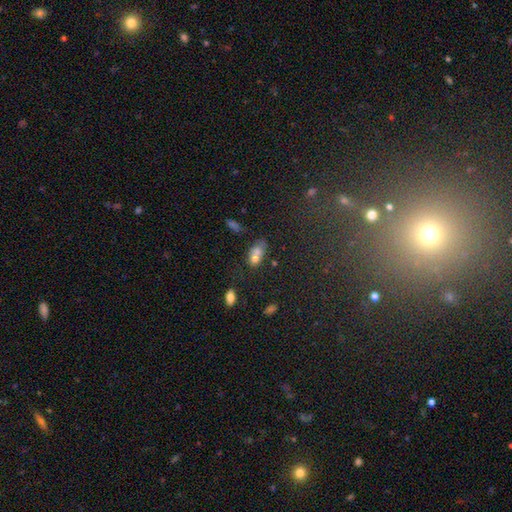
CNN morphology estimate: Smooth or featured: smooth — 65% (featured or disk — 23%)
How rounded: in between — 70% (round — 27%)
Merging: merger — 62% (none — 21%)